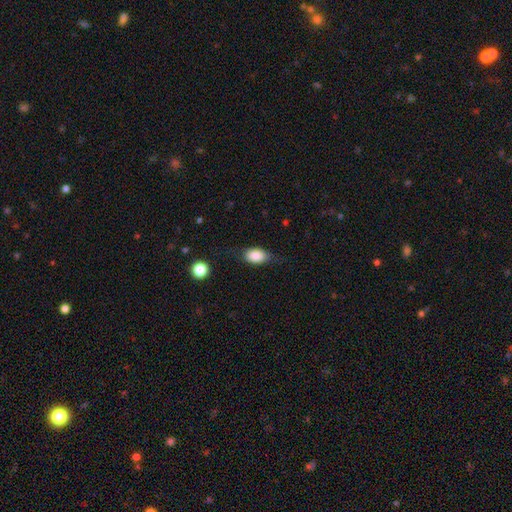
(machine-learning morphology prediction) Smooth or featured? Predicted: smooth (p=0.83). How rounded? Predicted: in between (p=0.86). Merging? Predicted: none (p=0.67).